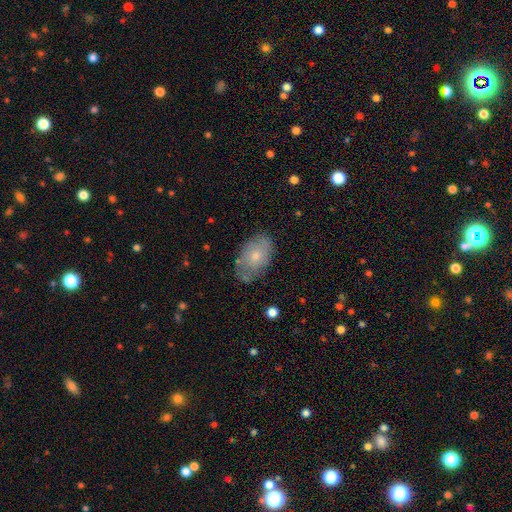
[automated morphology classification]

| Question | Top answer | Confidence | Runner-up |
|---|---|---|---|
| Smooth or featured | smooth | 63% | featured or disk (30%) |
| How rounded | in between | 91% | round (8%) |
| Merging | none | 71% | minor disturbance (22%) |